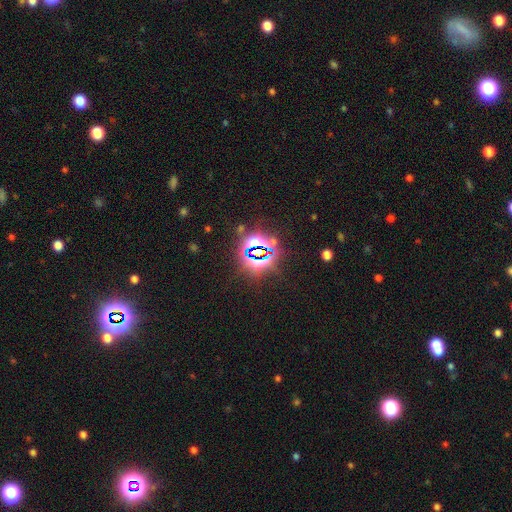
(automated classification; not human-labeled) Q: Smooth or featured?
A: star or artifact (79%); runner-up: smooth (13%)